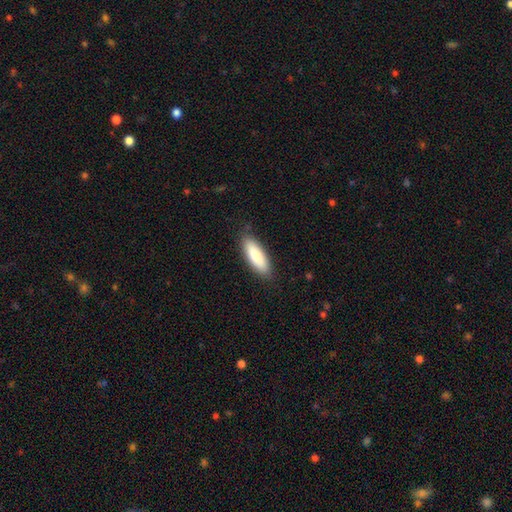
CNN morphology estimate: This appears to be a smooth galaxy with no disk features (87%) that is in between round and cigar-shaped (56%). Merging: none (86%).